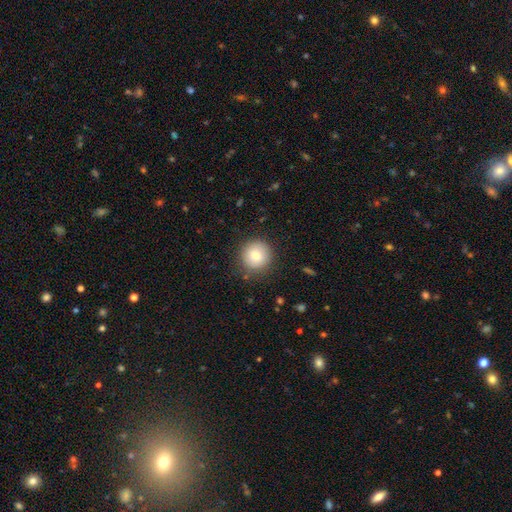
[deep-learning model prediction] smooth_or_featured: smooth (p=0.81) [alt: featured or disk p=0.10]
how_rounded: round (p=0.93) [alt: in between p=0.06]
merging: none (p=0.87) [alt: minor disturbance p=0.09]